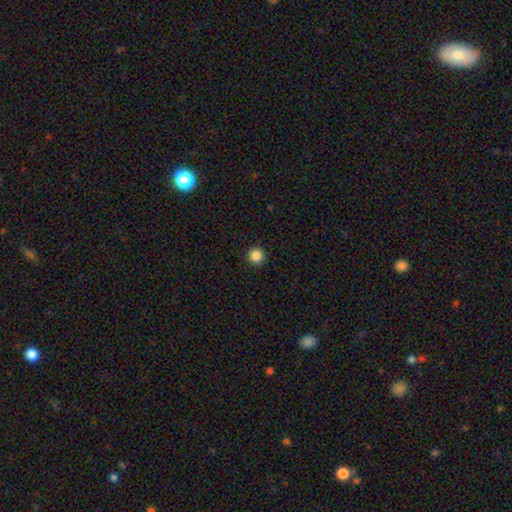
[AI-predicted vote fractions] The model was most divided on "smooth or featured": smooth: 86%, star or artifact: 11%, featured or disk: 3%. More confident: how rounded — round (96%); merging — none (93%).